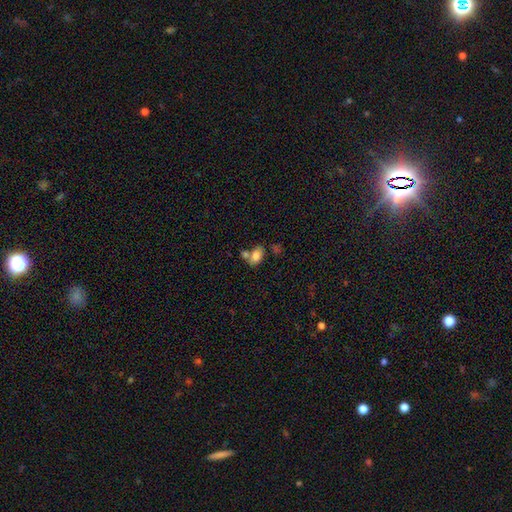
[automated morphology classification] The model was most divided on "merging": none: 47%, merger: 34%, minor disturbance: 14%, major disturbance: 5%. More confident: how rounded — in between (86%); smooth or featured — smooth (78%).